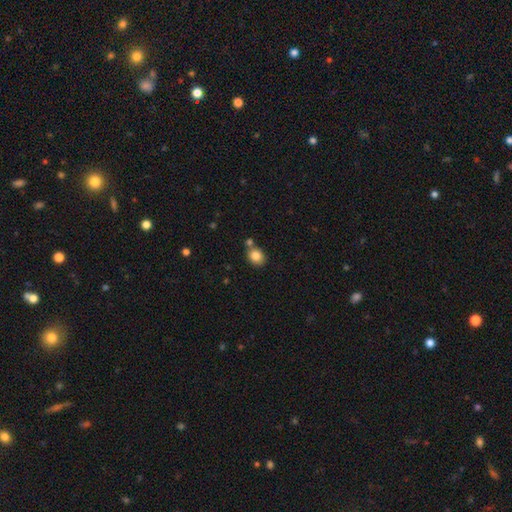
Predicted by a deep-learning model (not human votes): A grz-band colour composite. It shows a smooth galaxy with no disk features (83%) that is round (61%). Merging: none (66%).